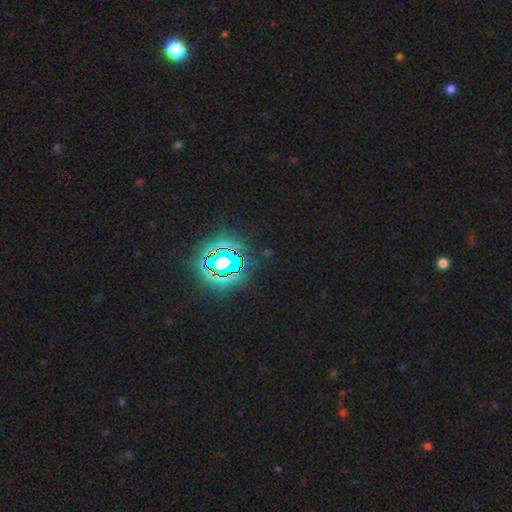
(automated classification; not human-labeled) smooth_or_featured: star or artifact (p=0.79) [alt: smooth p=0.12]